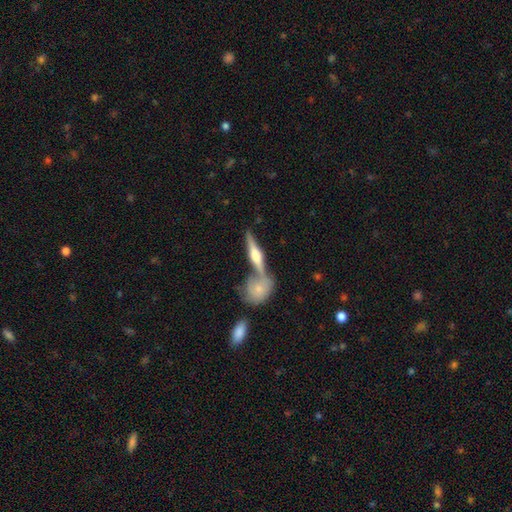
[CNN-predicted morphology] Smooth or featured? Predicted: featured or disk (p=0.69). Edge-on disk? Predicted: yes (p=0.95). Edge-on bulge? Predicted: rounded (p=0.89). Merging? Predicted: none (p=0.63).